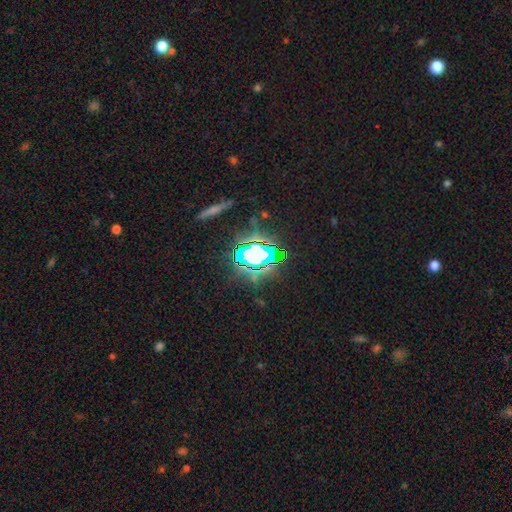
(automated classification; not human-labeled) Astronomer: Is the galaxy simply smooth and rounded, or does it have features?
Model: star or artifact — 67%.